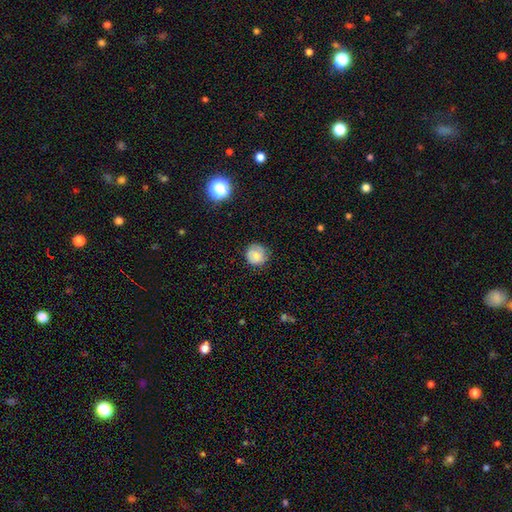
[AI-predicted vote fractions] Smooth or featured? smooth (75%)
How rounded? round (93%)
Merging? none (79%)